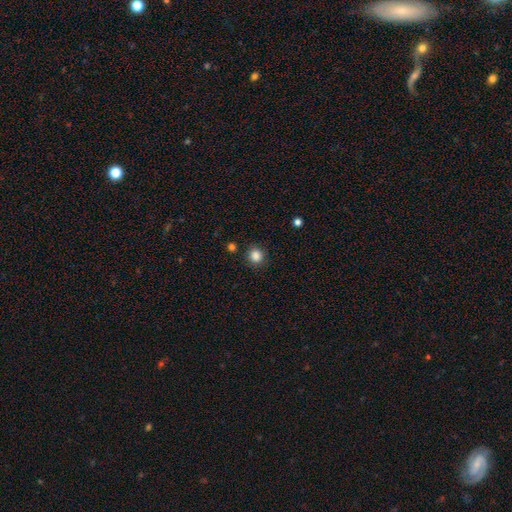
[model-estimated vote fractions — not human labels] Overall: smooth (86%). How rounded: round (87%). Merging: none (86%).